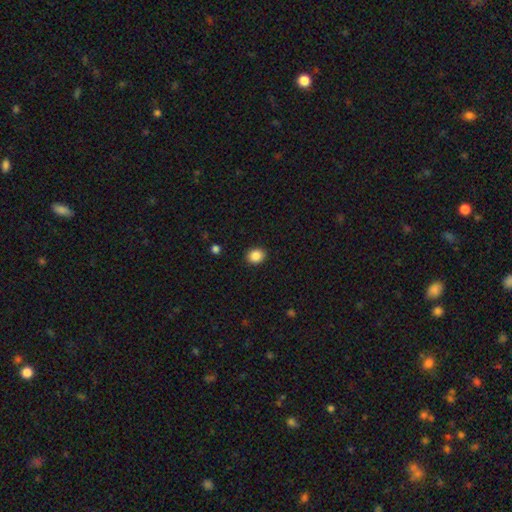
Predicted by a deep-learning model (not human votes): A smooth galaxy with no disk features (87%) that is round (64%). Merging: none (91%).